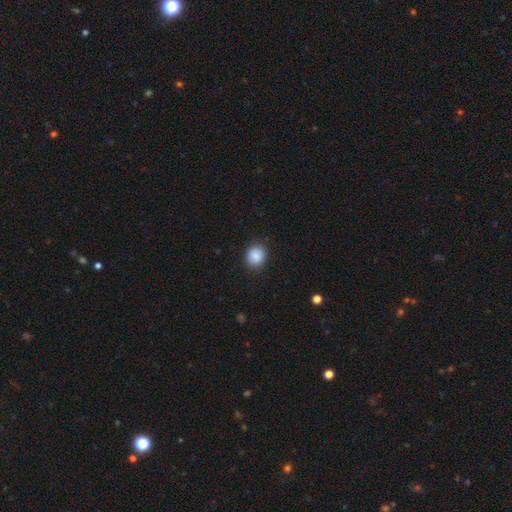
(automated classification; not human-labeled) This appears to be a smooth galaxy with no disk features (88%) that is round (75%). Merging: none (87%).